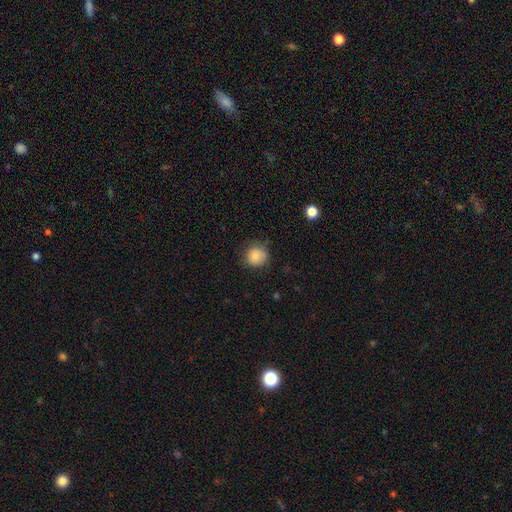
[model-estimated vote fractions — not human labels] Morphology: type=smooth (84%); roundness=round (88%); merging=none (74%).